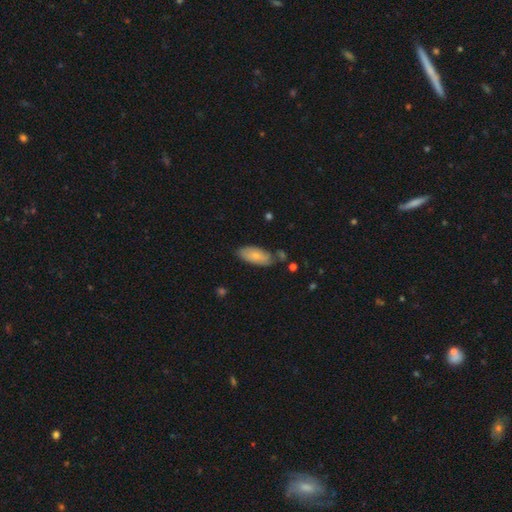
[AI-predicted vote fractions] Smooth or featured? smooth (67%)
How rounded? in between (85%)
Merging? none (62%)